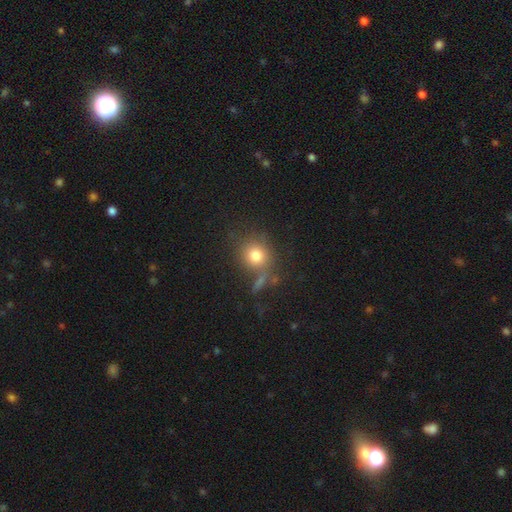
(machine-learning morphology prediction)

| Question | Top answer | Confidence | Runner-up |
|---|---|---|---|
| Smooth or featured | smooth | 78% | star or artifact (13%) |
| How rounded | round | 86% | in between (13%) |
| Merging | none | 66% | minor disturbance (13%) |